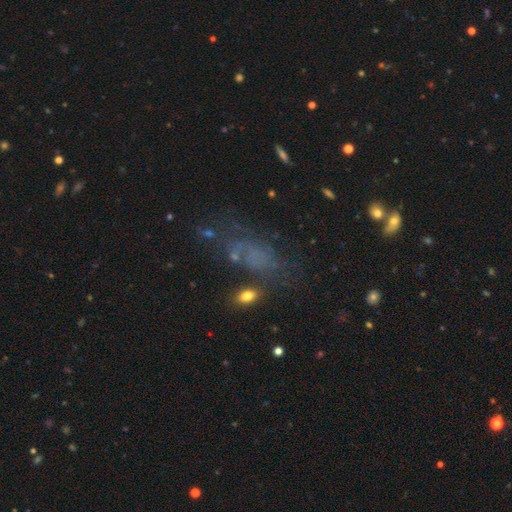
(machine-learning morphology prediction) Smooth or featured? Predicted: smooth (p=0.40). Merging? Predicted: none (p=0.55).